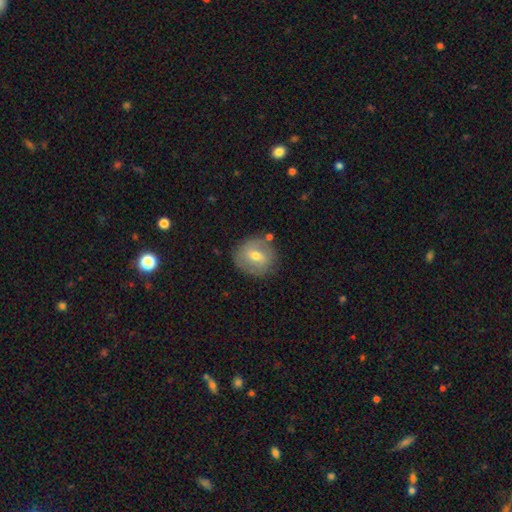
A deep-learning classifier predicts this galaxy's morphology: Smooth or featured? smooth (55%)
How rounded? round (84%)
Merging? none (78%)